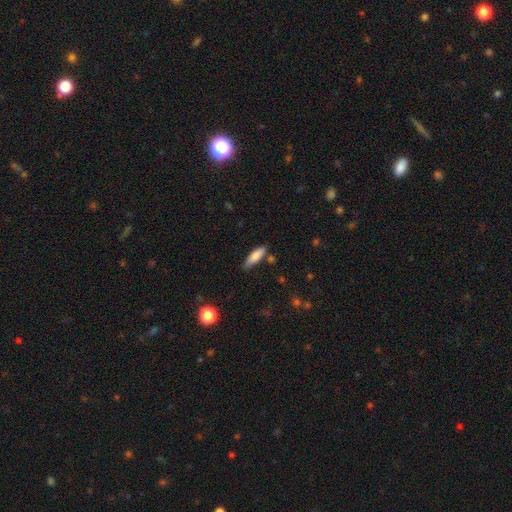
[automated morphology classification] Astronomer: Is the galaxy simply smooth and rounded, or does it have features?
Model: smooth — 80%.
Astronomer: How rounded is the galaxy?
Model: cigar-shaped — 56% (runner-up: in between, 42%).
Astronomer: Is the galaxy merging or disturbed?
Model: none — 74%.